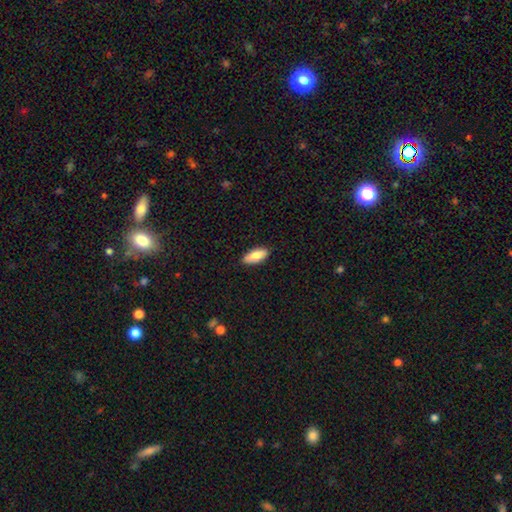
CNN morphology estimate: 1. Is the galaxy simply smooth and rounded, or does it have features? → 82% smooth, 12% featured or disk, 6% star or artifact.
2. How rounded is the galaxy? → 81% in between, 17% cigar-shaped, 2% round.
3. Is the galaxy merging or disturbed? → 88% none, 9% minor disturbance, 2% major disturbance, 1% merger.